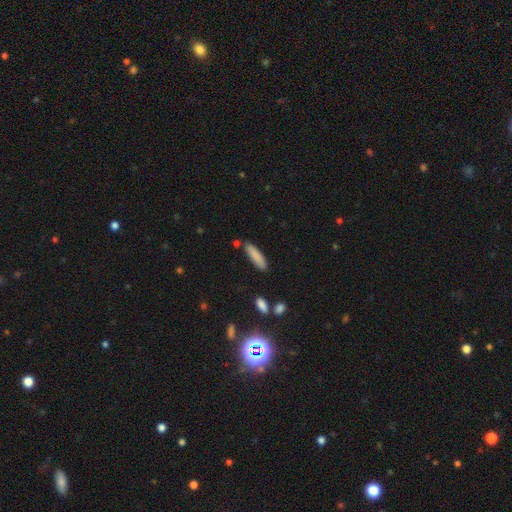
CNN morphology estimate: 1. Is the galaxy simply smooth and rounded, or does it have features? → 84% smooth, 9% featured or disk, 7% star or artifact.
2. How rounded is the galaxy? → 76% cigar-shaped, 23% in between, 1% round.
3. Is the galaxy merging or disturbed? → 84% none, 10% minor disturbance, 3% merger, 2% major disturbance.